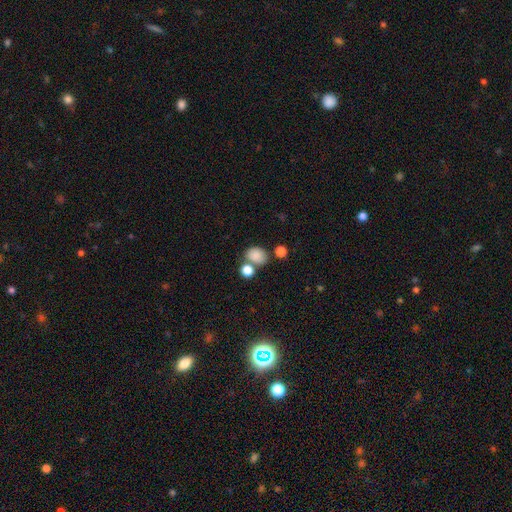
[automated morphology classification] This appears to be a smooth galaxy with no disk features (83%) that is in between round and cigar-shaped (53%). Merging: none (56%).